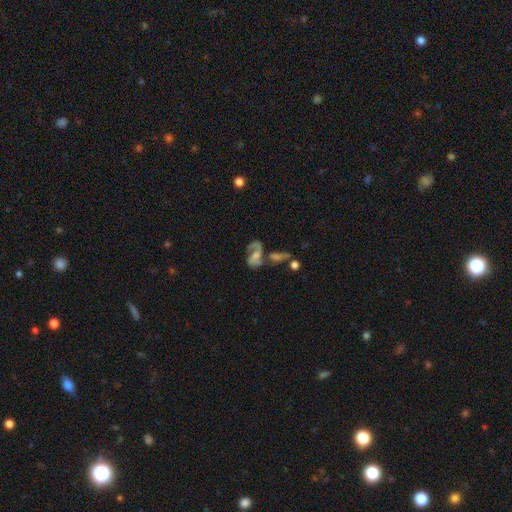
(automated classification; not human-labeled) Smooth or featured? Predicted: featured or disk (p=0.70). Edge-on disk? Predicted: no (p=0.96). Bar? Predicted: no (p=0.45). Spiral arms? Predicted: yes (p=0.85). Spiral winding? Predicted: loose (p=0.46). Spiral arm count? Predicted: 2 (p=0.74). Bulge size? Predicted: moderate (p=0.38). Merging? Predicted: merger (p=0.35).